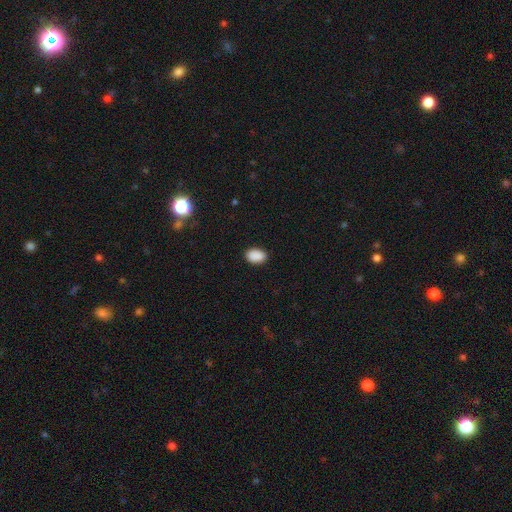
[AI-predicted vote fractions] A smooth galaxy with no disk features (90%) that is in between round and cigar-shaped (87%).

Vote fractions:
- Smooth or featured? smooth: 90% / star or artifact: 8% / featured or disk: 2%
- How rounded? in between: 87% / round: 12% / cigar-shaped: 1%
- Merging? none: 89% / minor disturbance: 8% / major disturbance: 2% / merger: 1%